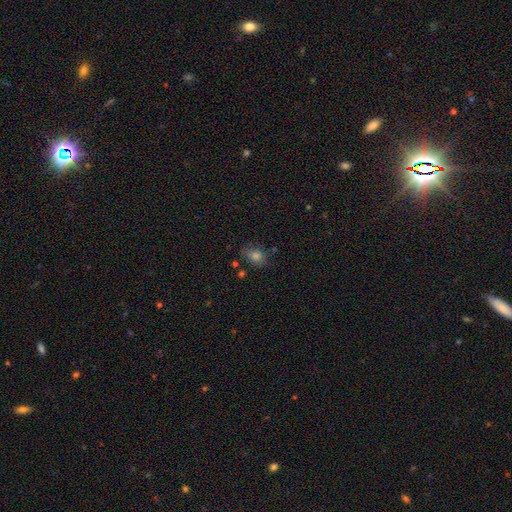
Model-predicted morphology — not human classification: This appears to be a smooth galaxy with no disk features (74%) that is in between round and cigar-shaped (62%). Merging: none (74%).